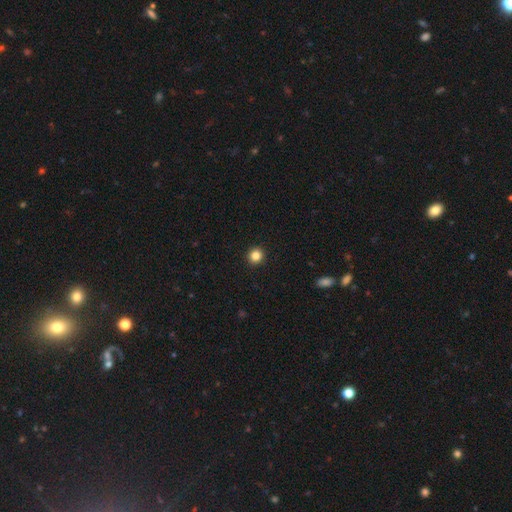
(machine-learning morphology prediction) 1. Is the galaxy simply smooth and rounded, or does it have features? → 85% smooth, 11% star or artifact, 4% featured or disk.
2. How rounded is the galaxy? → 94% round, 5% in between, 1% cigar-shaped.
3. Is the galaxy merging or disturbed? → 94% none, 4% minor disturbance, 1% major disturbance, 1% merger.